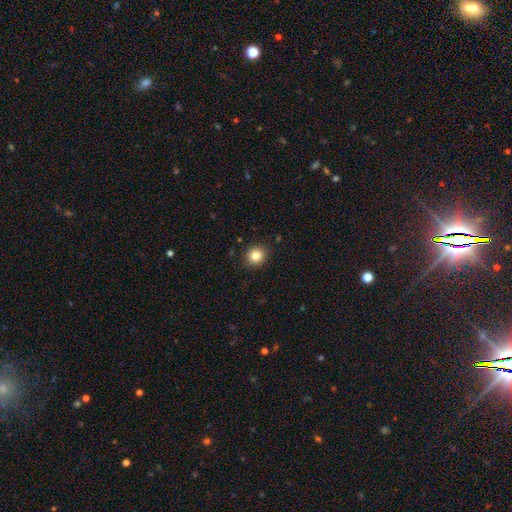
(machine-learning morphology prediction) smooth 83%, star or artifact 11%, featured or disk 6%. Down the decision tree: how rounded — round (85%); merging — none (91%).